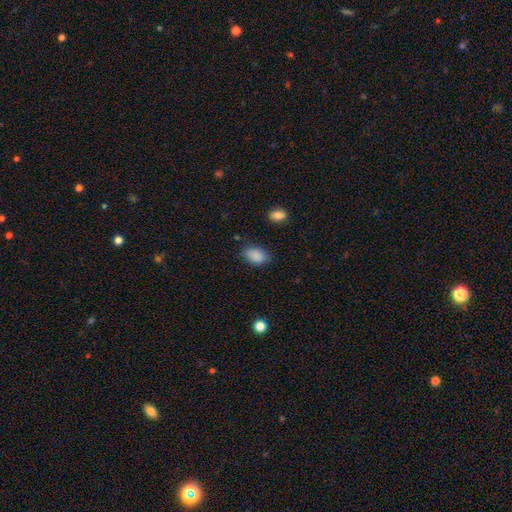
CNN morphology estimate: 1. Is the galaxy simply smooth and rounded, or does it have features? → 88% smooth, 8% star or artifact, 4% featured or disk.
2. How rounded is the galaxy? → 88% in between, 11% round, 1% cigar-shaped.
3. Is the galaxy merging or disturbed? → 78% none, 16% minor disturbance, 4% major disturbance, 2% merger.